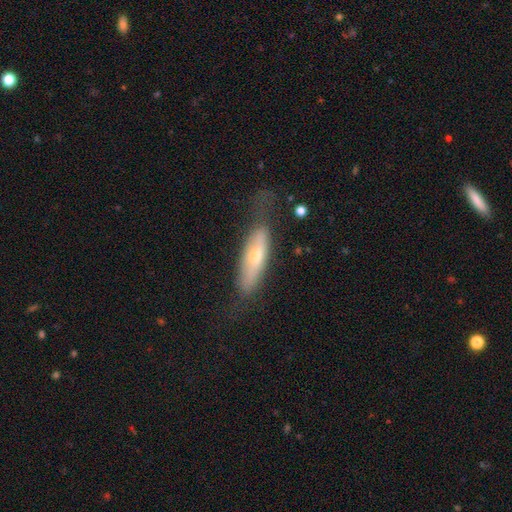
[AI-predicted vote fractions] This is possibly a smooth galaxy (49%). Merging: possibly none (56%).